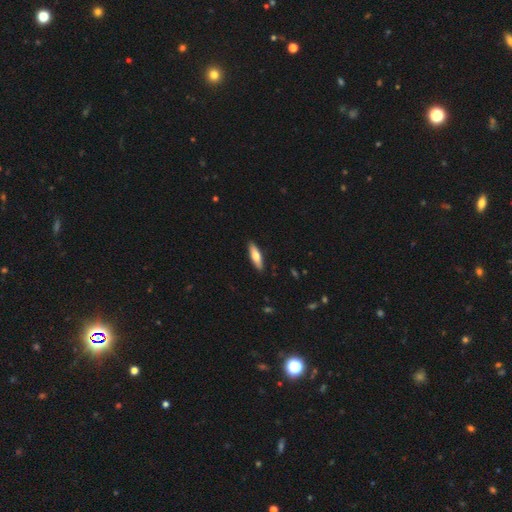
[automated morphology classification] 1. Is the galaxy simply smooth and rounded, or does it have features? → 65% smooth, 30% featured or disk, 5% star or artifact.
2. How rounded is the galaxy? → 61% cigar-shaped, 38% in between, 2% round.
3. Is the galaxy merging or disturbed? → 90% none, 7% minor disturbance, 2% major disturbance, 1% merger.